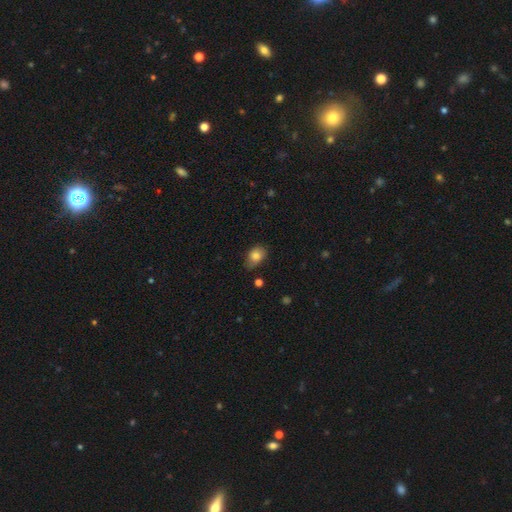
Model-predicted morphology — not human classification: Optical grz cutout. It shows a smooth galaxy with no disk features (82%) that is in between round and cigar-shaped (71%). Merging: none (63%).